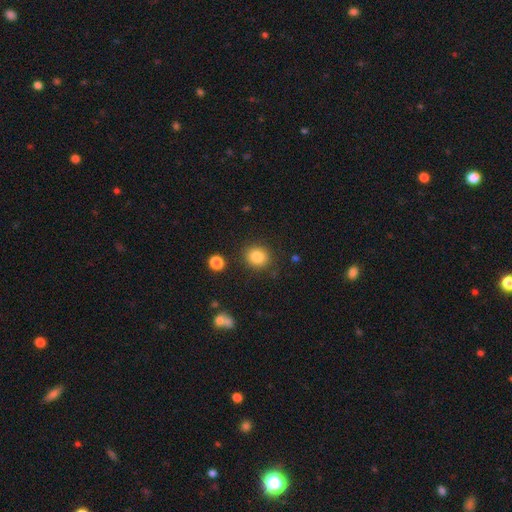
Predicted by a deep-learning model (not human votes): Smooth or featured: smooth — 85% (star or artifact — 10%)
How rounded: round — 78% (in between — 21%)
Merging: none — 85% (minor disturbance — 9%)